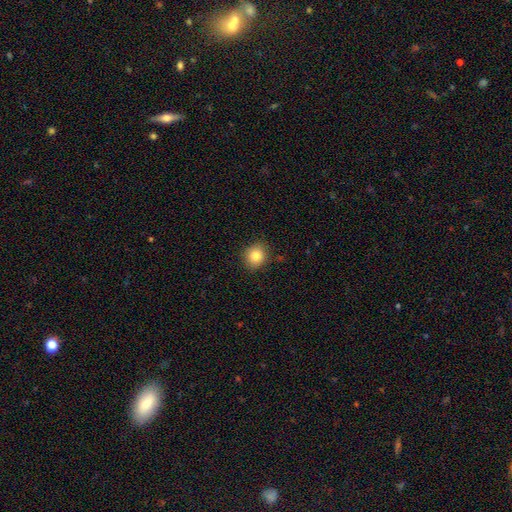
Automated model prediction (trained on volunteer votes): The model was most divided on "how rounded": round: 80%, in between: 19%, cigar-shaped: 1%. More confident: merging — none (88%); smooth or featured — smooth (83%).